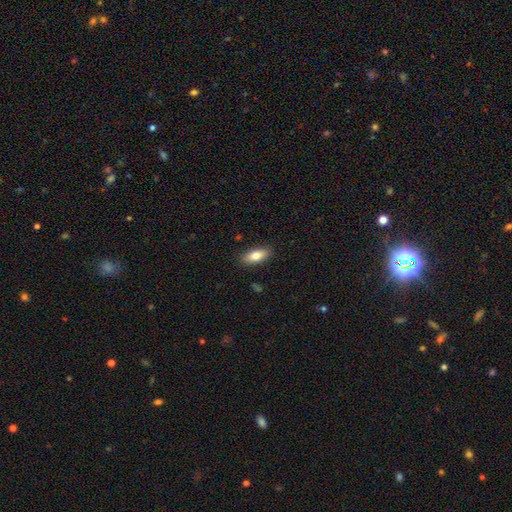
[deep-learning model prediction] Q: Smooth or featured?
A: smooth (79%); runner-up: featured or disk (14%)
Q: How rounded?
A: in between (81%); runner-up: cigar-shaped (17%)
Q: Merging?
A: none (88%); runner-up: minor disturbance (9%)